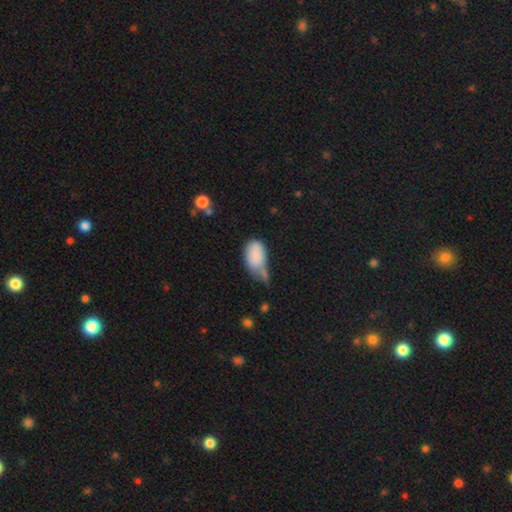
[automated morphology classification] This appears to be a smooth galaxy with no disk features (81%) that is in between round and cigar-shaped (92%). Merging: minor disturbance (38%).